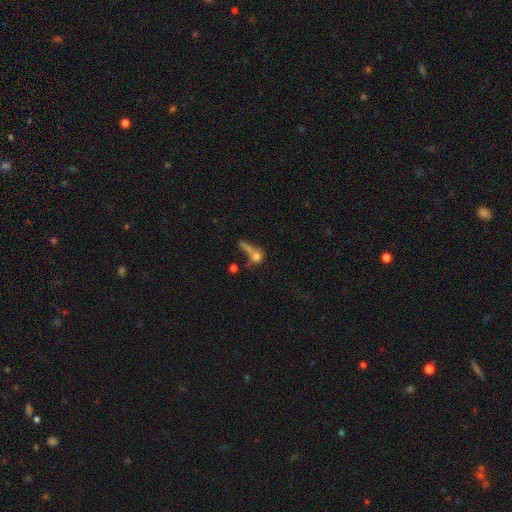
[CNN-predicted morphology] A smooth galaxy with no disk features (64%) that is round (62%).

Vote fractions:
- Smooth or featured? smooth: 64% / featured or disk: 21% / star or artifact: 15%
- How rounded? round: 62% / in between: 25% / cigar-shaped: 13%
- Merging? merger: 37% / none: 32% / major disturbance: 19% / minor disturbance: 12%